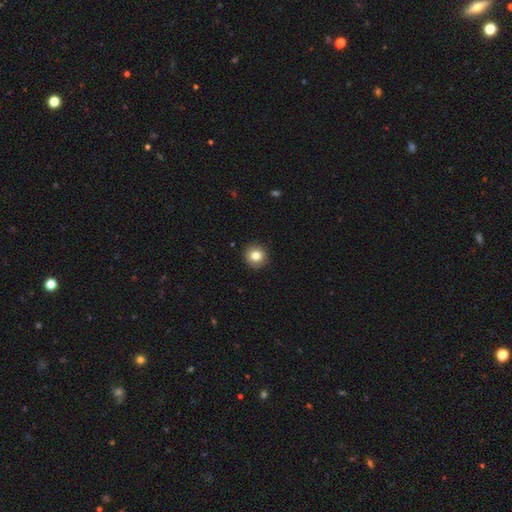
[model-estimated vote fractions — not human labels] A smooth galaxy with no disk features (81%) that is round (93%). Merging: none (92%).